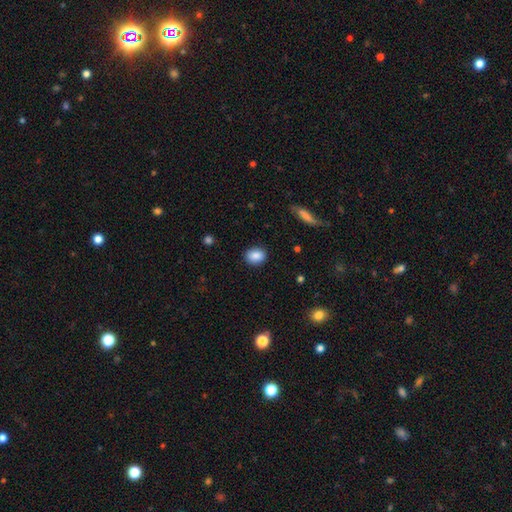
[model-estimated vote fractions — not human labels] Morphology: type=smooth (87%); roundness=in between (53%); merging=none (88%).